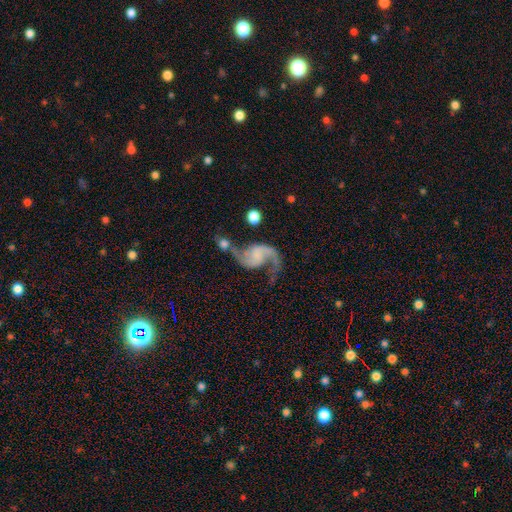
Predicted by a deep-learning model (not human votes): Overall: featured or disk (89%). Edge-on disk: no (98%). Bar: no (57%; weak 32%). Spiral arms: yes (97%). Spiral arm count: 2 (93%). Spiral winding: loose (67%; medium 28%). Bulge size: none (62%). Merging: none (53%; minor disturbance 17%).